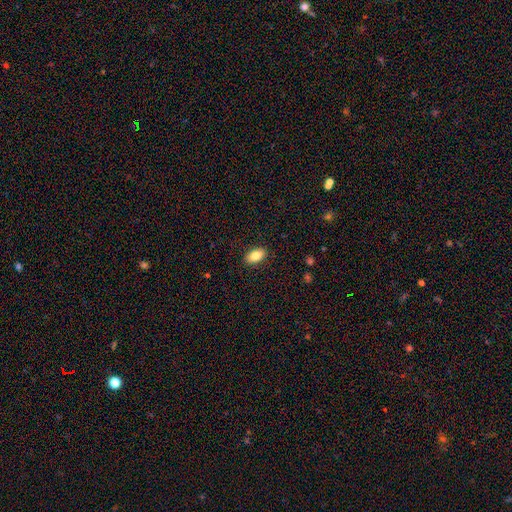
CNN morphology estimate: smooth 84%, featured or disk 9%, star or artifact 7%. Down the decision tree: how rounded — in between (92%); merging — none (89%).